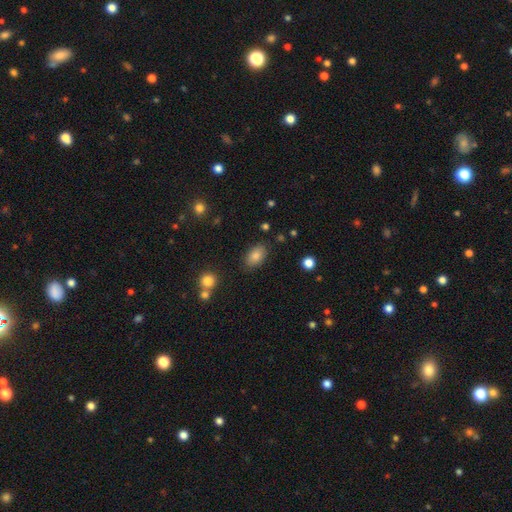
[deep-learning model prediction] smooth-or-featured: smooth: 84% | star or artifact: 9% | featured or disk: 8%
  how-rounded: in between: 89% | round: 9% | cigar-shaped: 2%
  merging: none: 83% | minor disturbance: 12% | major disturbance: 3% | merger: 2%